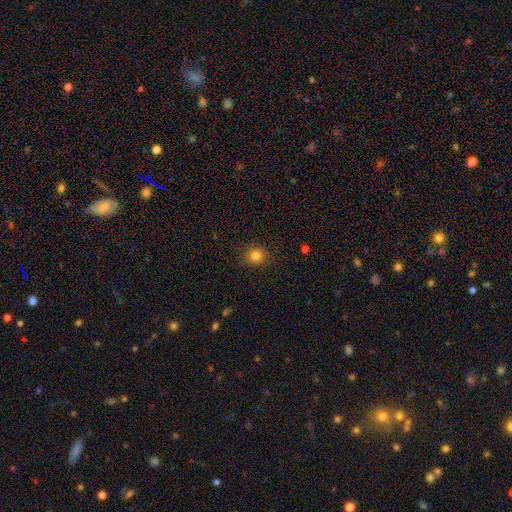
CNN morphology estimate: Q: Smooth or featured?
A: smooth (81%); runner-up: star or artifact (14%)
Q: How rounded?
A: round (86%); runner-up: in between (13%)
Q: Merging?
A: none (88%); runner-up: minor disturbance (8%)